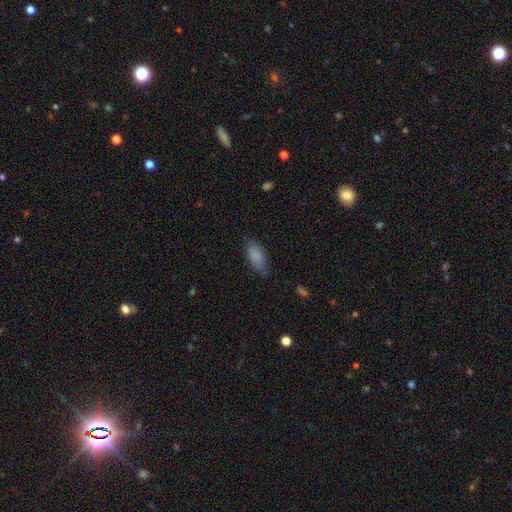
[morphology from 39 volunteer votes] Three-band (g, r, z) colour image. It shows a smooth galaxy with no disk features (87%) that is in between round and cigar-shaped (79%). Merging: none (78%).